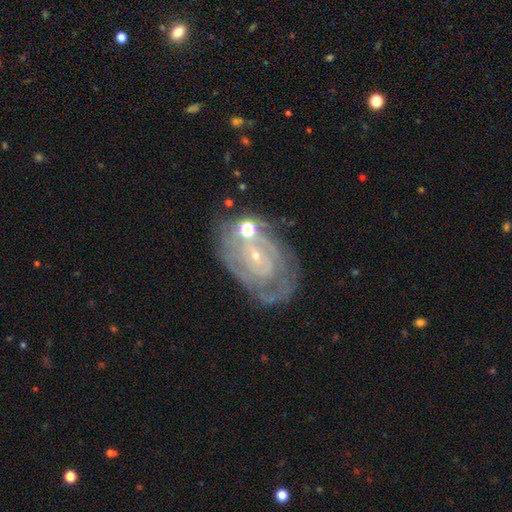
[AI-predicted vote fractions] A featured or disk galaxy (81%) with no bar (68%), tight (70%) spiral arms (84%) and a small central bulge (83%). Merging: none (57%).